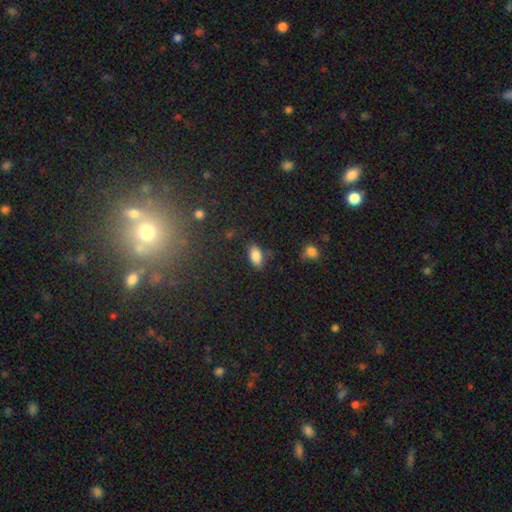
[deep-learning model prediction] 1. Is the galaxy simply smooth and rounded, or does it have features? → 86% smooth, 9% star or artifact, 6% featured or disk.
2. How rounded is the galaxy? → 92% in between, 4% round, 3% cigar-shaped.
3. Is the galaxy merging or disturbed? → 77% none, 17% minor disturbance, 4% major disturbance, 3% merger.